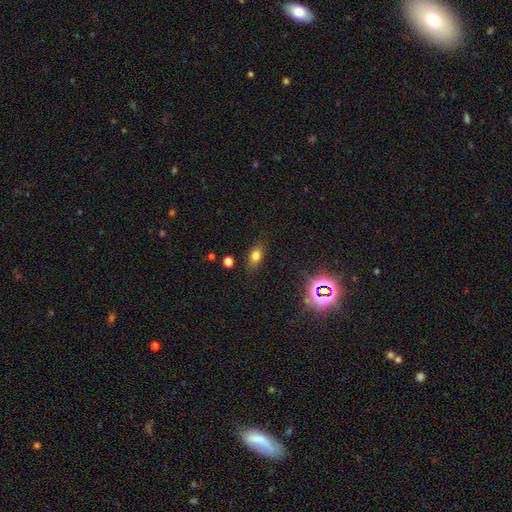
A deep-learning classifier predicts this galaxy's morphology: This is likely a smooth galaxy (74%). How rounded: likely in between (78%). Merging: clearly none (81%).